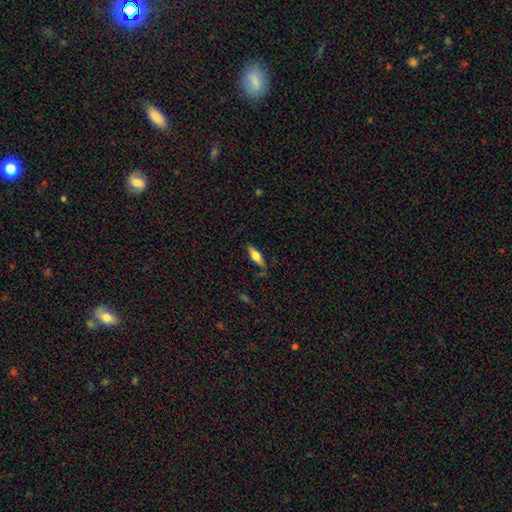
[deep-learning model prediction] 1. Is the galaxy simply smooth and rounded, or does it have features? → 58% smooth, 36% featured or disk, 6% star or artifact.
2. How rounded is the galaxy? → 50% in between, 47% cigar-shaped, 2% round.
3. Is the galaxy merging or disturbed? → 78% none, 16% minor disturbance, 4% major disturbance, 2% merger.